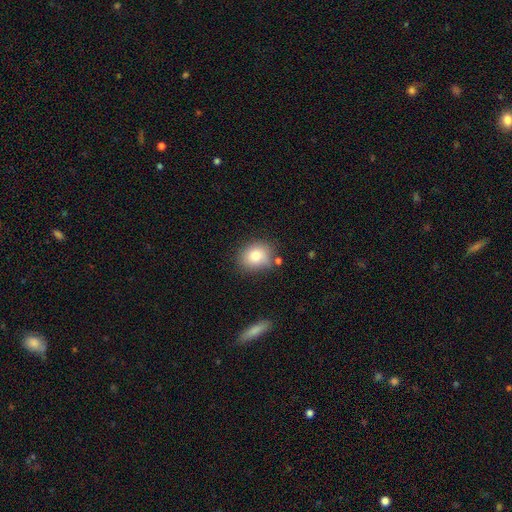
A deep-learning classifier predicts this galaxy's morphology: The model was most divided on "how rounded": round: 61%, in between: 38%, cigar-shaped: 1%. More confident: smooth or featured — smooth (81%); merging — none (73%).